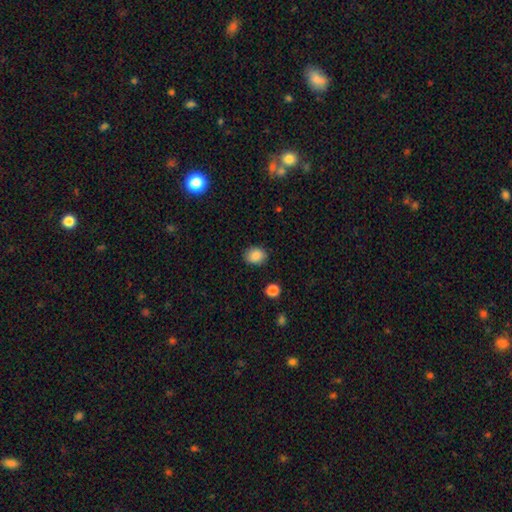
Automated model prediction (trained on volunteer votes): A smooth galaxy with no disk features (87%) that is round (52%).

Vote fractions:
- Smooth or featured? smooth: 87% / star or artifact: 9% / featured or disk: 4%
- How rounded? round: 52% / in between: 47% / cigar-shaped: 1%
- Merging? none: 86% / minor disturbance: 10% / major disturbance: 3% / merger: 2%